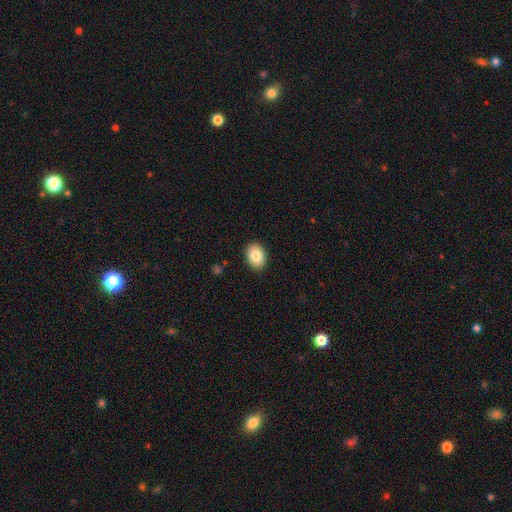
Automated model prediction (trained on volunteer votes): A smooth galaxy with no disk features (85%) that is in between round and cigar-shaped (70%).

Vote fractions:
- Smooth or featured? smooth: 85% / featured or disk: 8% / star or artifact: 8%
- How rounded? in between: 70% / round: 29% / cigar-shaped: 1%
- Merging? none: 90% / minor disturbance: 7% / major disturbance: 2% / merger: 1%